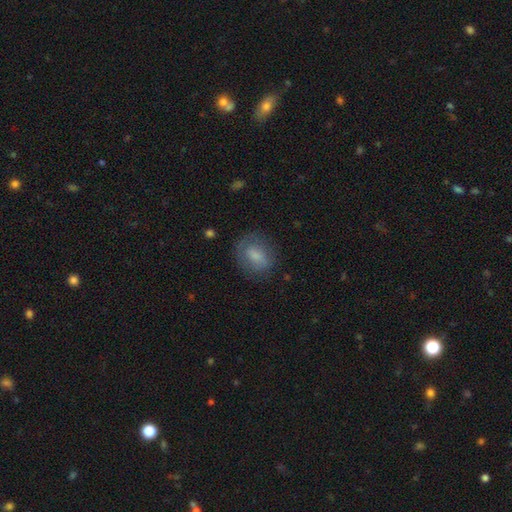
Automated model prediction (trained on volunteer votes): Q: Smooth or featured?
A: smooth (70%); runner-up: featured or disk (22%)
Q: How rounded?
A: in between (56%); runner-up: round (42%)
Q: Merging?
A: none (71%); runner-up: minor disturbance (19%)